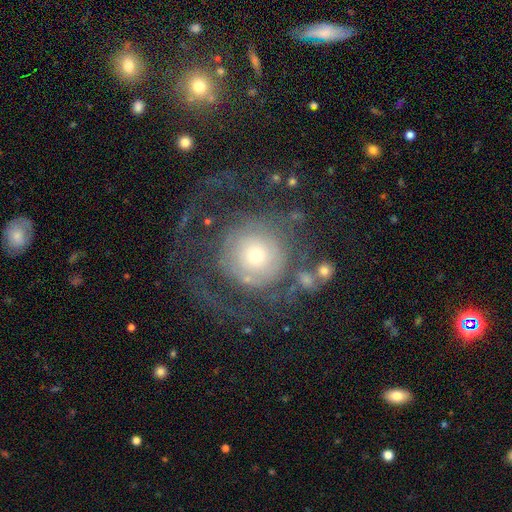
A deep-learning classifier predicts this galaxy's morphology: This appears to be a featured or disk galaxy (61%) with no bar (85%), spiral arms (69%) and a small central bulge (54%). Merging: none (48%).